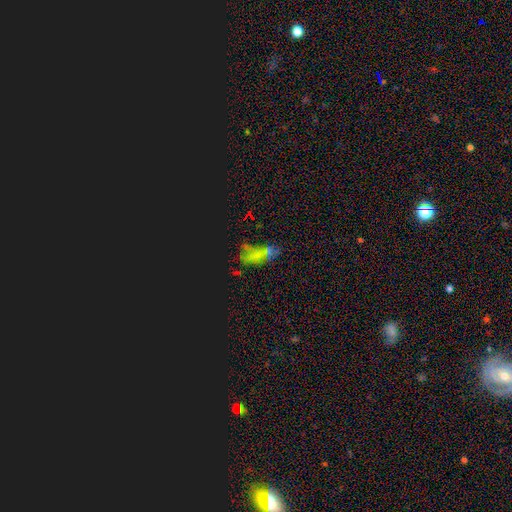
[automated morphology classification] type=star or artifact (42%).